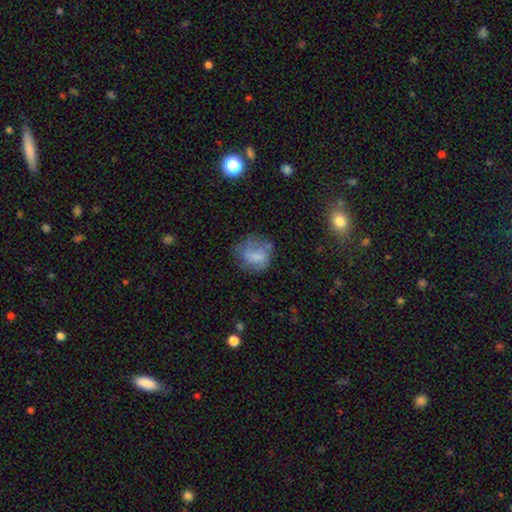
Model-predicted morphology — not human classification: Q: Smooth or featured?
A: smooth (58%); runner-up: featured or disk (32%)
Q: How rounded?
A: round (71%); runner-up: in between (28%)
Q: Merging?
A: none (48%); runner-up: minor disturbance (27%)